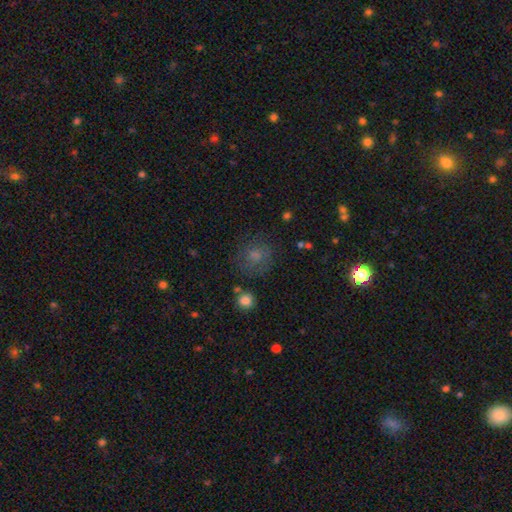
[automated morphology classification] A smooth galaxy with no disk features (64%) that is round (80%). Merging: none (67%).